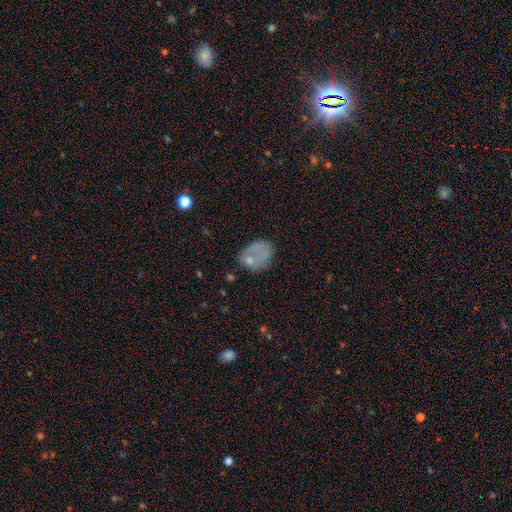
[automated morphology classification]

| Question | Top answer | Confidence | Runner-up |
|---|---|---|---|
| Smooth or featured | smooth | 59% | featured or disk (28%) |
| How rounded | in between | 63% | round (35%) |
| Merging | none | 48% | minor disturbance (24%) |